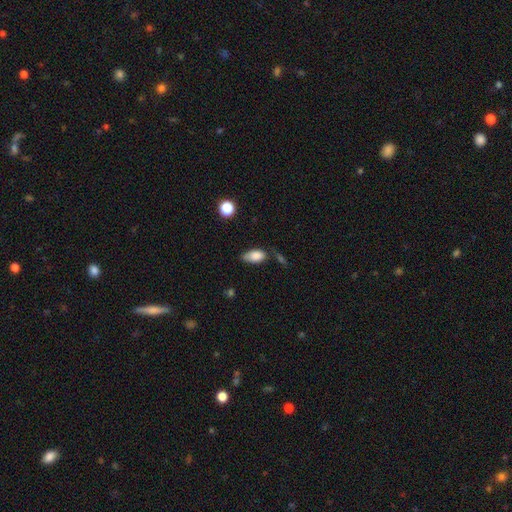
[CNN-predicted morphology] A smooth galaxy with no disk features (84%) that is in between round and cigar-shaped (90%).

Vote fractions:
- Smooth or featured? smooth: 84% / featured or disk: 8% / star or artifact: 8%
- How rounded? in between: 90% / cigar-shaped: 5% / round: 5%
- Merging? none: 50% / minor disturbance: 32% / major disturbance: 10% / merger: 9%